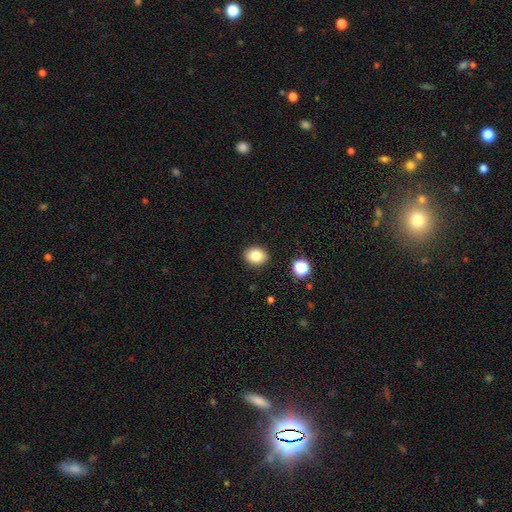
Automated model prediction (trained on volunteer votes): Q: Smooth or featured?
A: smooth (84%); runner-up: star or artifact (10%)
Q: How rounded?
A: in between (55%); runner-up: round (44%)
Q: Merging?
A: none (89%); runner-up: minor disturbance (8%)